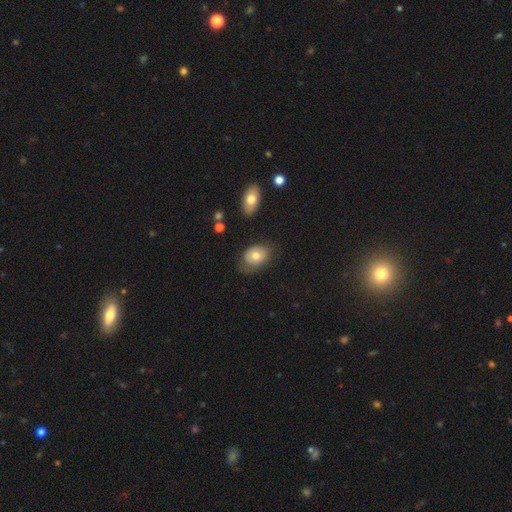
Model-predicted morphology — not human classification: Smooth or featured? Predicted: smooth (p=0.70). How rounded? Predicted: in between (p=0.75). Merging? Predicted: none (p=0.63).